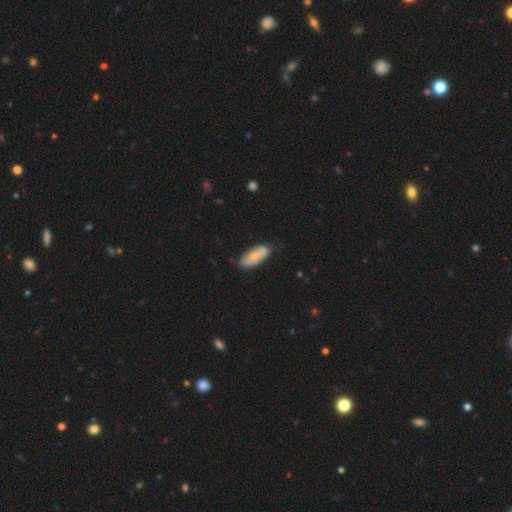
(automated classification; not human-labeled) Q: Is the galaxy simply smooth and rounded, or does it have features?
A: smooth — 65%.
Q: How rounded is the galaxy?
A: in between — 83%.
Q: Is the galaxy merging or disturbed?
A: none — 73%.